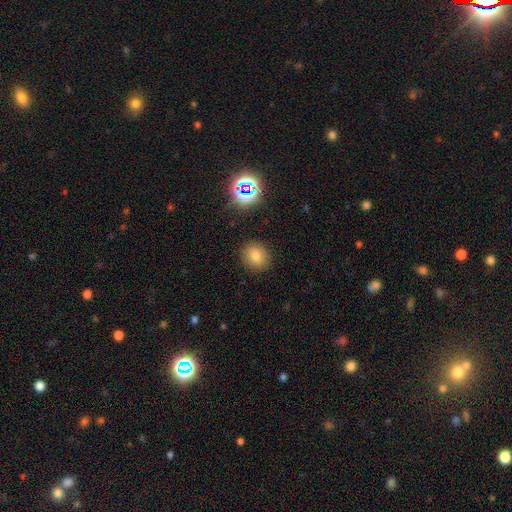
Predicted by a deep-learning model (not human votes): Smooth or featured: smooth — 75% (star or artifact — 16%)
How rounded: round — 74% (in between — 25%)
Merging: none — 88% (minor disturbance — 7%)